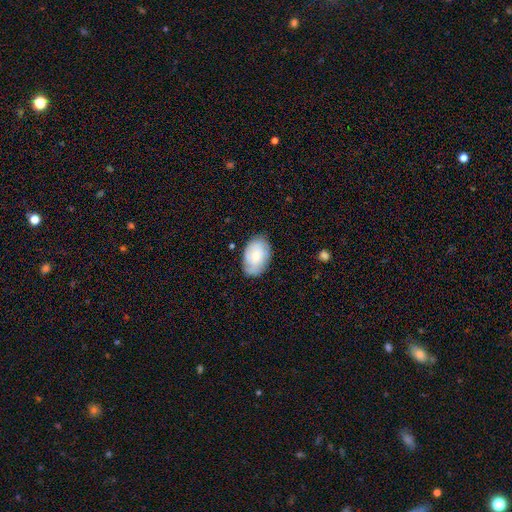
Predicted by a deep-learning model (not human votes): This is possibly a smooth galaxy (58%). How rounded: clearly in between (86%). Merging: likely none (74%).